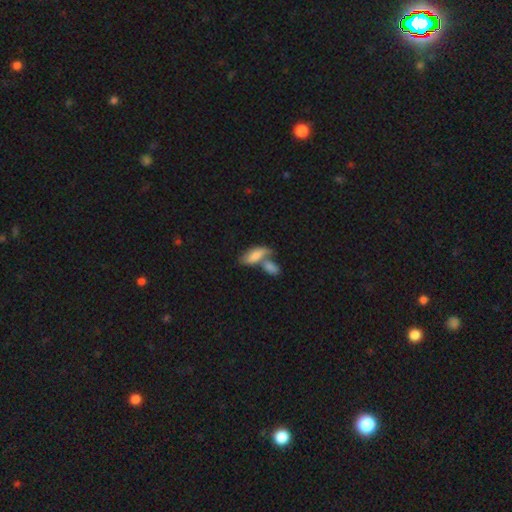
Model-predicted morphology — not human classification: This appears to be a smooth galaxy with no disk features (76%) that is in between round and cigar-shaped (82%). Merging: merger (58%).